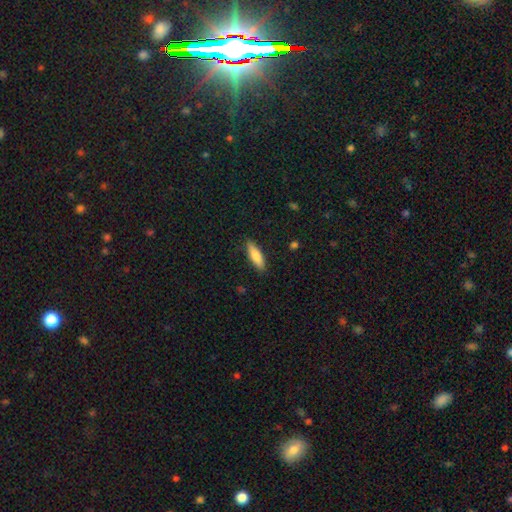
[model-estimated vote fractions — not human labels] Smooth or featured? smooth (78%)
How rounded? cigar-shaped (57%)
Merging? none (87%)